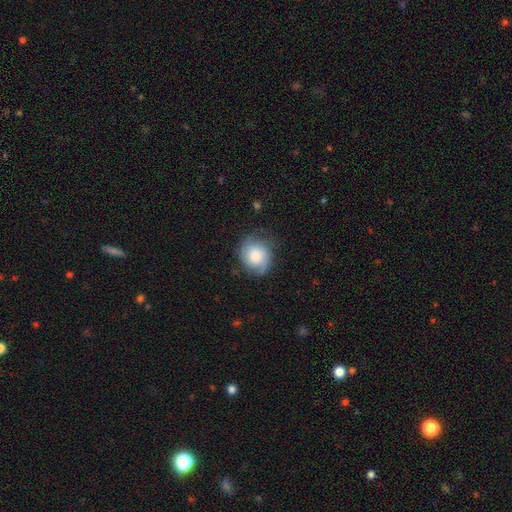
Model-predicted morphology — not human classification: The model was most divided on "smooth or featured": smooth: 58%, featured or disk: 34%, star or artifact: 8%. More confident: how rounded — round (72%); merging — none (67%).